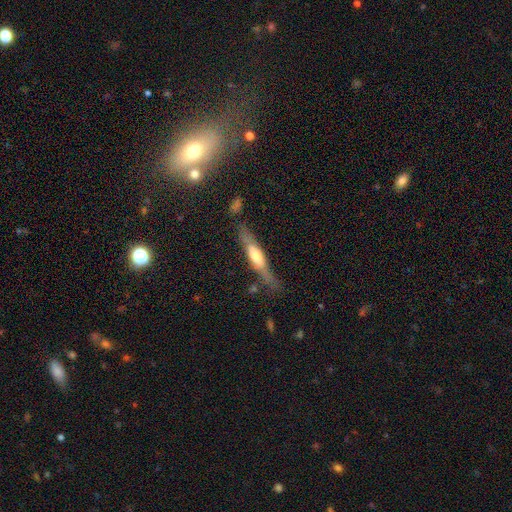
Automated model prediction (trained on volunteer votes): Overall: featured or disk (56%; smooth 38%). Edge-on disk: yes (87%). Merging: none (71%).